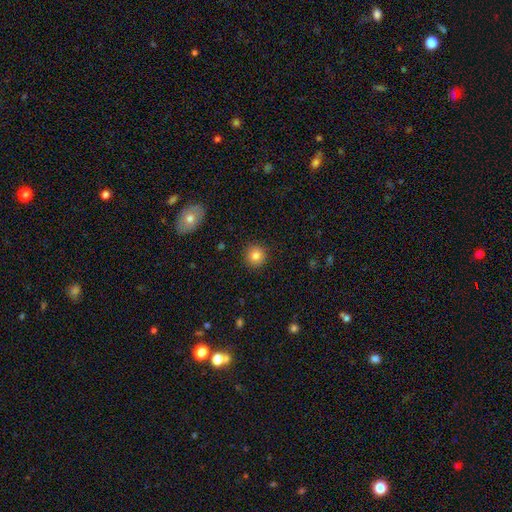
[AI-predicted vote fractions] Q: Smooth or featured?
A: smooth (83%); runner-up: star or artifact (10%)
Q: How rounded?
A: round (92%); runner-up: in between (7%)
Q: Merging?
A: none (90%); runner-up: minor disturbance (7%)